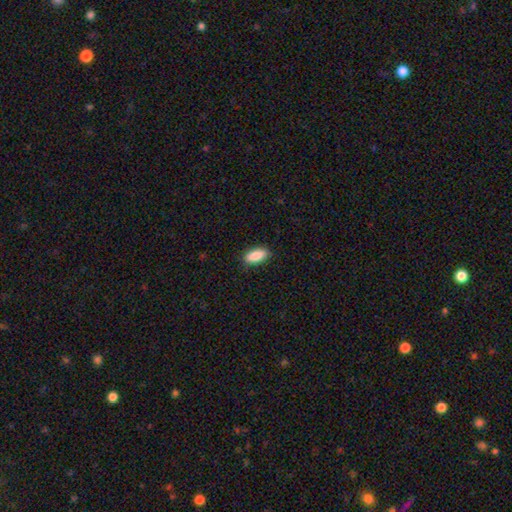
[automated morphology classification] Smooth or featured: smooth — 89% (star or artifact — 6%)
How rounded: in between — 82% (cigar-shaped — 16%)
Merging: none — 87% (minor disturbance — 10%)